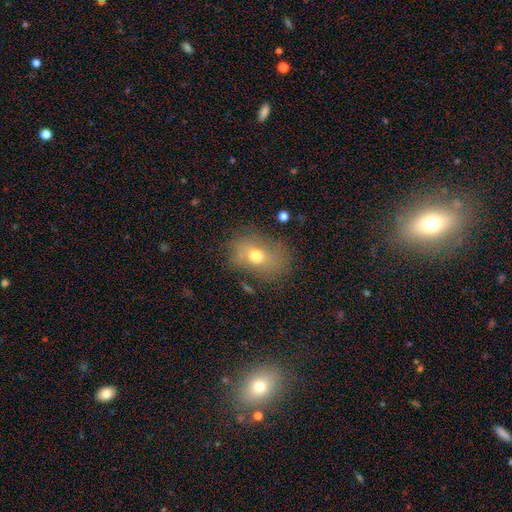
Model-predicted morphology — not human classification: Smooth or featured: smooth — 65% (featured or disk — 23%)
How rounded: in between — 68% (round — 30%)
Merging: none — 66% (minor disturbance — 21%)